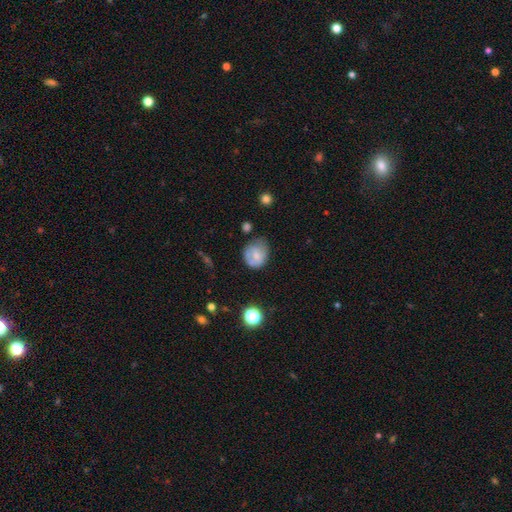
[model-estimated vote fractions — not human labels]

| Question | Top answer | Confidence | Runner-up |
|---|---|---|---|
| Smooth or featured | smooth | 59% | featured or disk (31%) |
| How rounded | round | 62% | in between (37%) |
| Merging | none | 49% | minor disturbance (34%) |